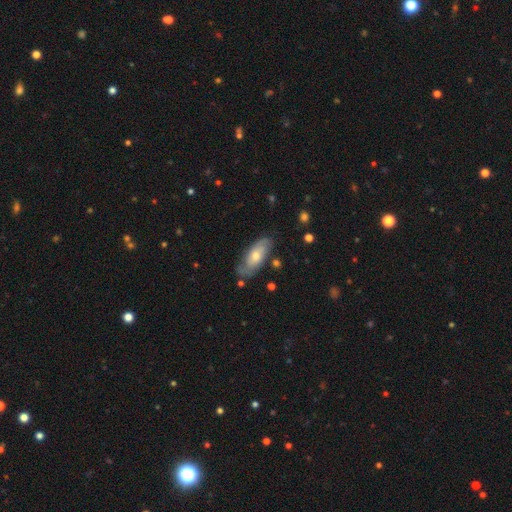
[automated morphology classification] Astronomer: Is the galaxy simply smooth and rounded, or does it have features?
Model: featured or disk — 48% (runner-up: smooth, 46%).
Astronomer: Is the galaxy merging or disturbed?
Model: none — 70%.